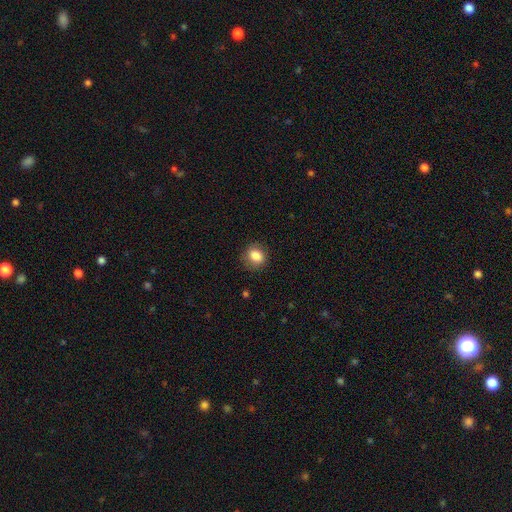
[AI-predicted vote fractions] Smooth or featured?
  - smooth: 85% *
  - star or artifact: 9%
  - featured or disk: 6%
How rounded?
  - round: 61% *
  - in between: 38%
  - cigar-shaped: 1%
Merging?
  - none: 83% *
  - minor disturbance: 13%
  - major disturbance: 3%
  - merger: 1%